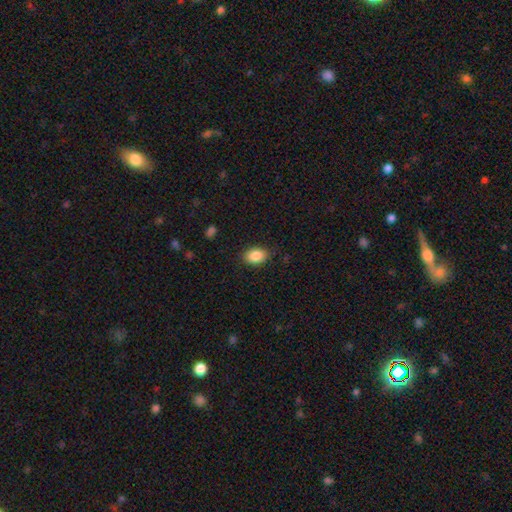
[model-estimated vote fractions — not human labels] smooth_or_featured: smooth (p=0.87) [alt: star or artifact p=0.08]
how_rounded: in between (p=0.81) [alt: round p=0.18]
merging: none (p=0.85) [alt: minor disturbance p=0.11]